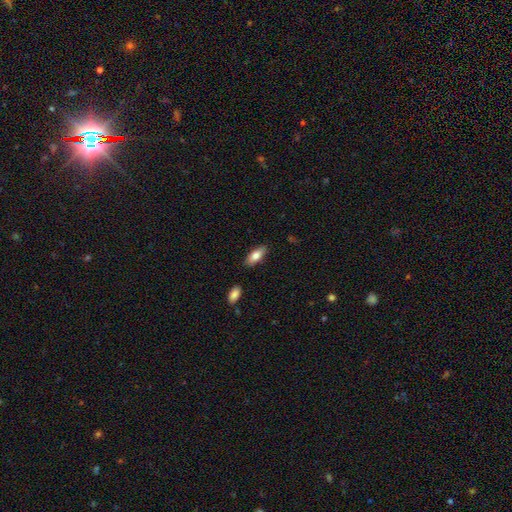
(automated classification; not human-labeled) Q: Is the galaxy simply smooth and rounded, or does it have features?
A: smooth — 77%.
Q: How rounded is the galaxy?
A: in between — 78%.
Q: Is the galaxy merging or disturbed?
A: none — 85%.